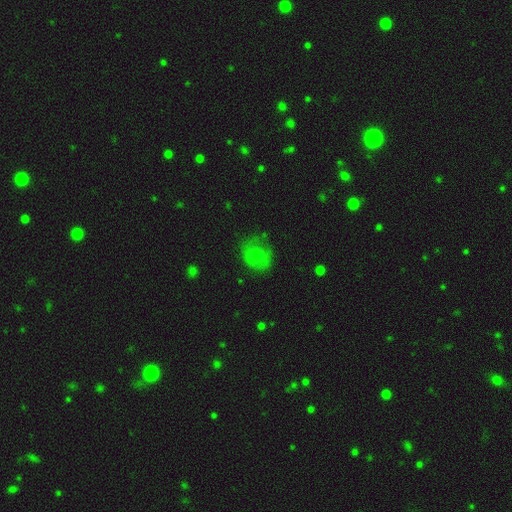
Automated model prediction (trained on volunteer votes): smooth-or-featured: smooth: 58% | featured or disk: 31% | star or artifact: 11%
  how-rounded: round: 72% | in between: 27% | cigar-shaped: 1%
  merging: none: 58% | minor disturbance: 26% | major disturbance: 14% | merger: 2%